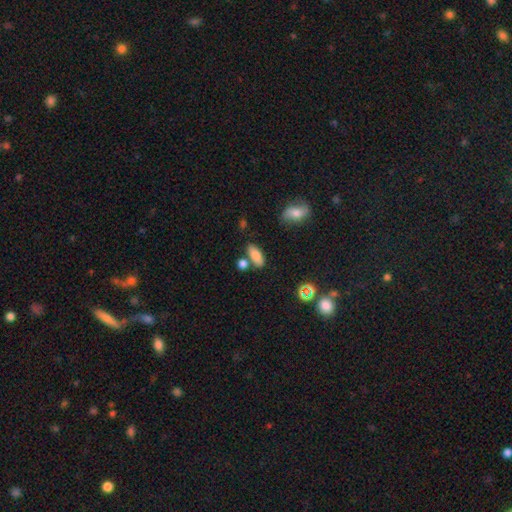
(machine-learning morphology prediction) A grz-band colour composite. It shows a smooth galaxy with no disk features (80%) that is in between round and cigar-shaped (83%). Merging: none (66%).